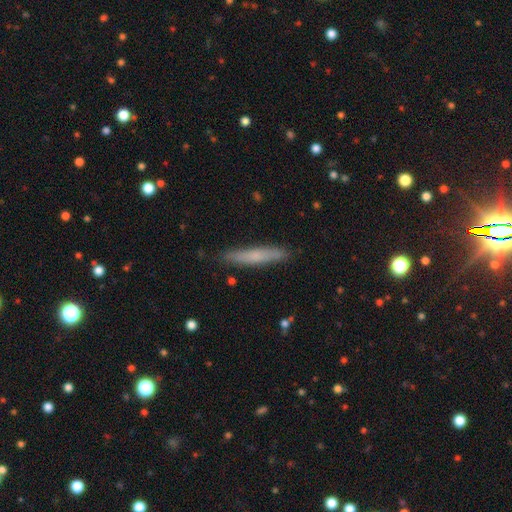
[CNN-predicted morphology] smooth 65%, featured or disk 28%, star or artifact 6%. Down the decision tree: how rounded — cigar-shaped (93%); merging — none (88%).